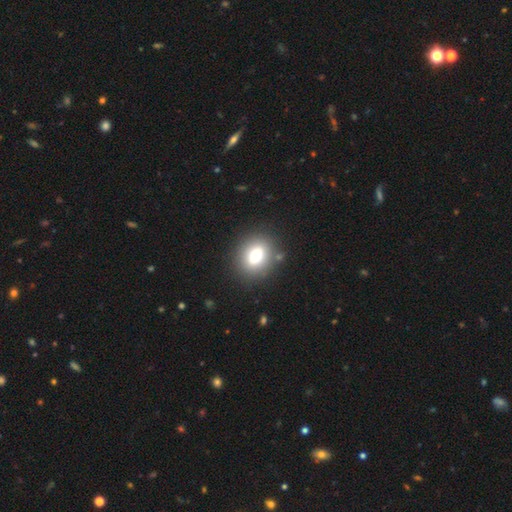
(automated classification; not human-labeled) Morphology: type=smooth (72%); roundness=round (50%); merging=none (85%).